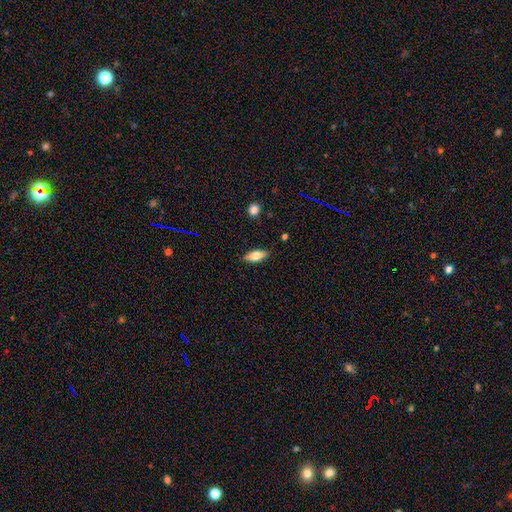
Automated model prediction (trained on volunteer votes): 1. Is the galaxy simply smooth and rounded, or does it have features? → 71% smooth, 22% featured or disk, 7% star or artifact.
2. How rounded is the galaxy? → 78% in between, 20% cigar-shaped, 3% round.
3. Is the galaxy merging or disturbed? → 86% none, 11% minor disturbance, 2% major disturbance, 1% merger.